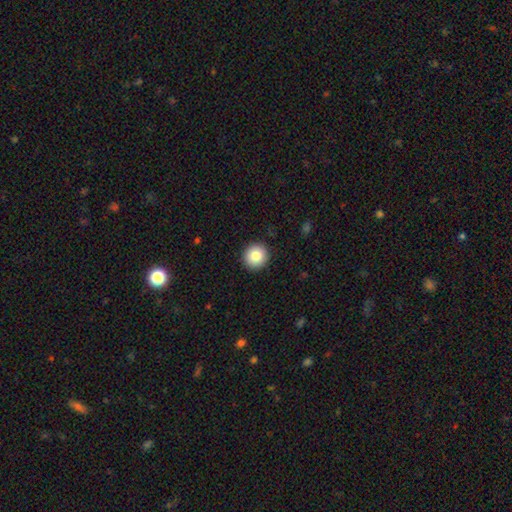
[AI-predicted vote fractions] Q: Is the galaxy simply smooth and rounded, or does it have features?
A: smooth — 83%.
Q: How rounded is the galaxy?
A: round — 94%.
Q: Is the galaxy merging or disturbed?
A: none — 92%.